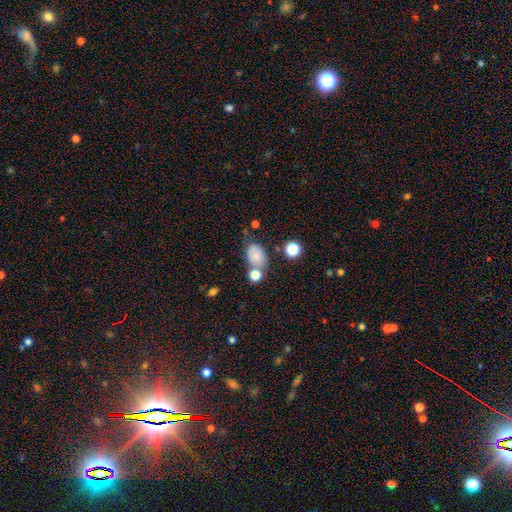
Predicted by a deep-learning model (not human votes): Smooth or featured: smooth — 75% (featured or disk — 14%)
How rounded: in between — 73% (round — 26%)
Merging: none — 56% (merger — 21%)